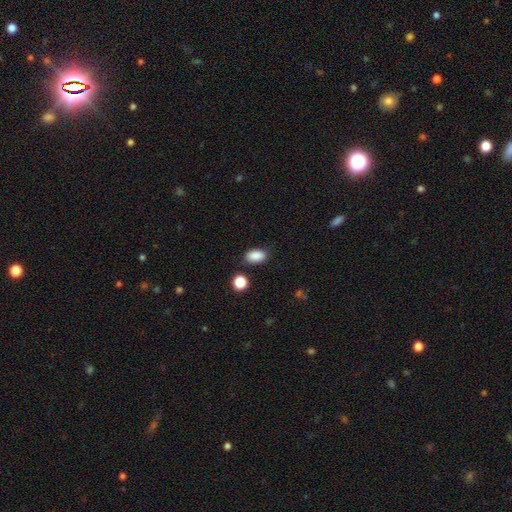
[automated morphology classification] Smooth or featured: smooth — 88% (star or artifact — 8%)
How rounded: in between — 87% (round — 11%)
Merging: none — 81% (minor disturbance — 13%)